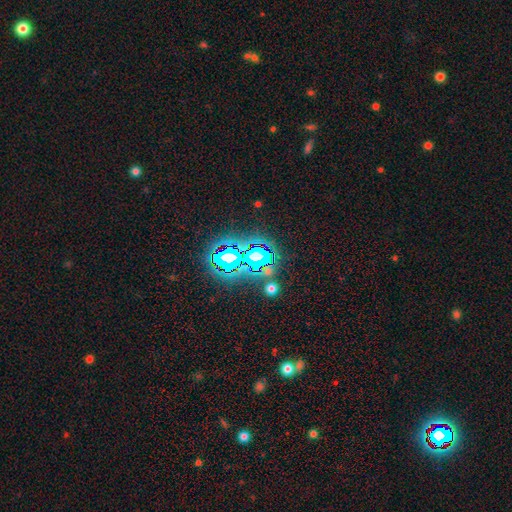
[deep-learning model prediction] Q: Smooth or featured?
A: star or artifact (70%); runner-up: smooth (18%)